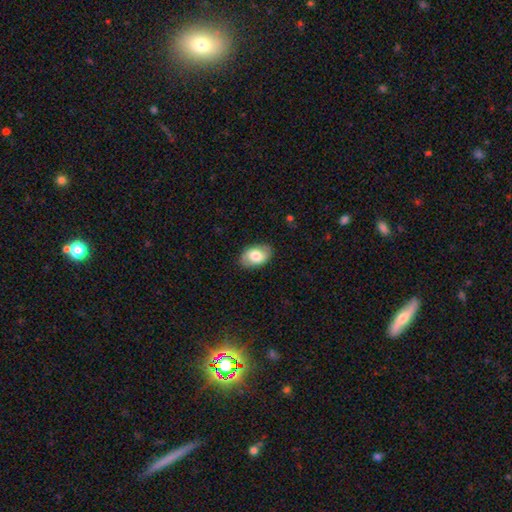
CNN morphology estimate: Smooth or featured? Predicted: smooth (p=0.74). How rounded? Predicted: in between (p=0.90). Merging? Predicted: none (p=0.85).